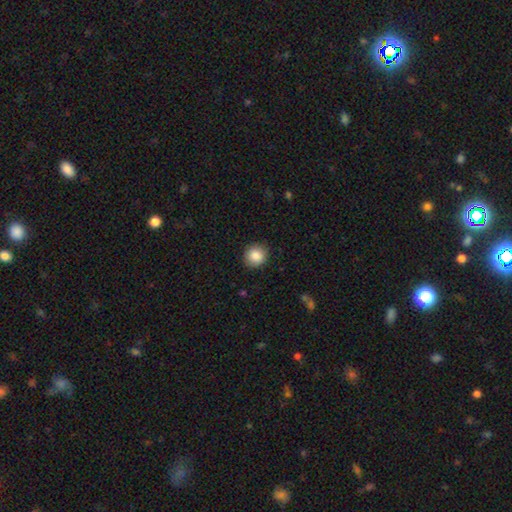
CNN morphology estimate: smooth-or-featured: smooth: 87% | star or artifact: 8% | featured or disk: 5%
  how-rounded: round: 89% | in between: 10% | cigar-shaped: 1%
  merging: none: 90% | minor disturbance: 7% | major disturbance: 2% | merger: 1%